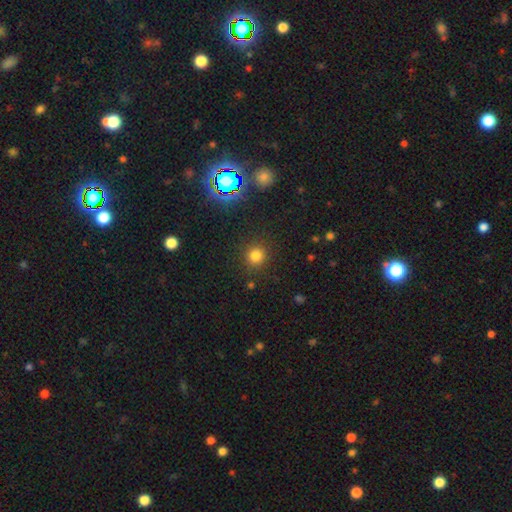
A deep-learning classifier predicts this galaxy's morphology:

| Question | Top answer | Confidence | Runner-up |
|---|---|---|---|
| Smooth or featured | smooth | 77% | star or artifact (18%) |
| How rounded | round | 91% | in between (8%) |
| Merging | none | 88% | minor disturbance (7%) |